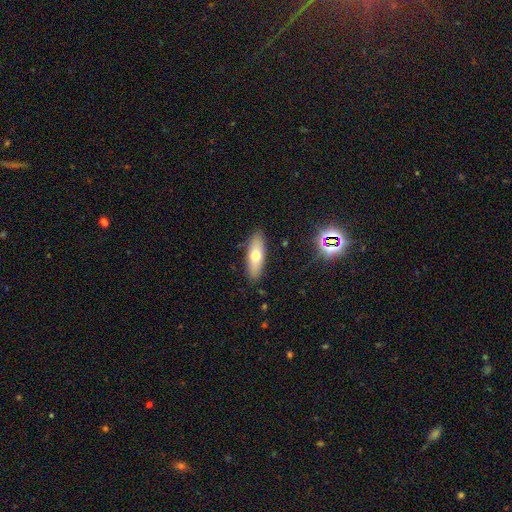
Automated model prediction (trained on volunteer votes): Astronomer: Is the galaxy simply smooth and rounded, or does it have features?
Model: smooth — 65%.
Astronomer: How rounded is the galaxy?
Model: in between — 59% (runner-up: cigar-shaped, 38%).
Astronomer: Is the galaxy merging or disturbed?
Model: none — 87%.